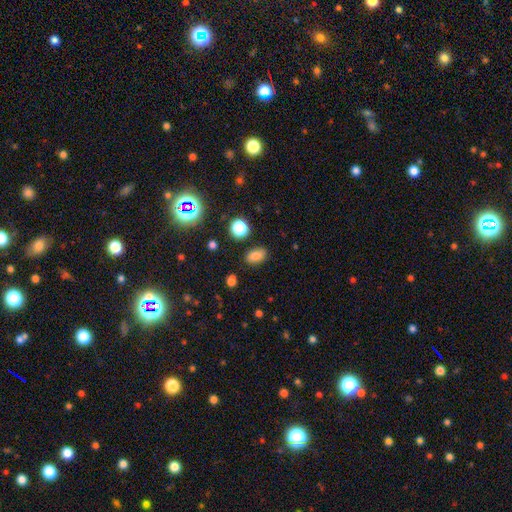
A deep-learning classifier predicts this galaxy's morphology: Smooth or featured?
  - smooth: 79% *
  - star or artifact: 15%
  - featured or disk: 6%
How rounded?
  - in between: 86% *
  - round: 11%
  - cigar-shaped: 2%
Merging?
  - none: 83% *
  - minor disturbance: 11%
  - major disturbance: 3%
  - merger: 3%